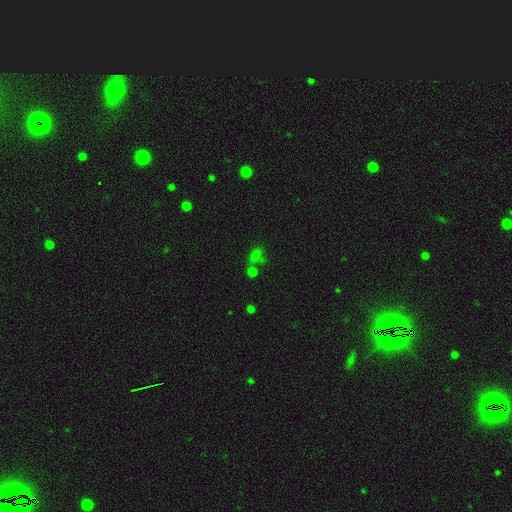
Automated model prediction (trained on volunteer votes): smooth_or_featured: smooth (p=0.54) [alt: star or artifact p=0.36]
how_rounded: in between (p=0.62) [alt: round p=0.34]
merging: none (p=0.44) [alt: merger p=0.30]